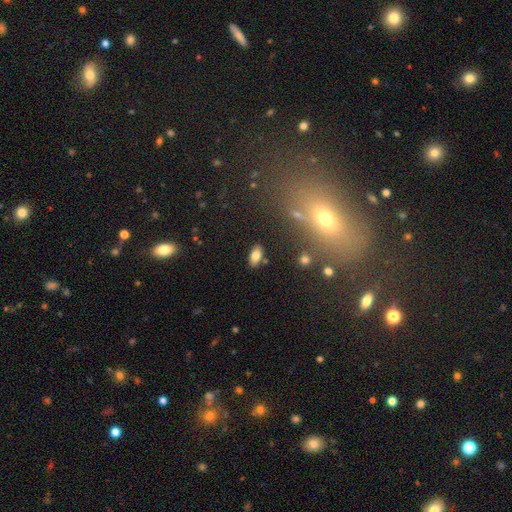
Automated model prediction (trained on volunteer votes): smooth-or-featured: smooth: 78% | featured or disk: 12% | star or artifact: 10%
  how-rounded: in between: 91% | cigar-shaped: 5% | round: 4%
  merging: none: 84% | minor disturbance: 10% | merger: 3% | major disturbance: 3%